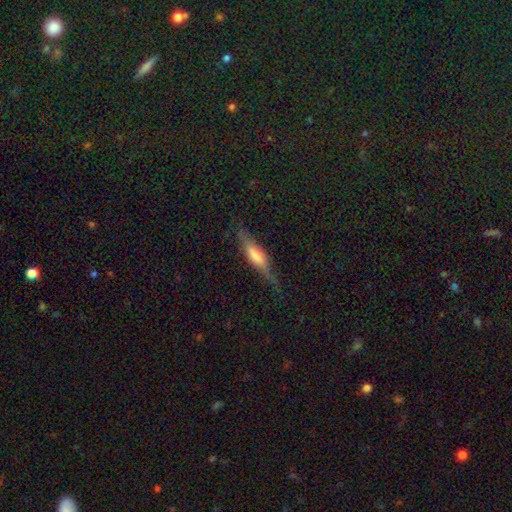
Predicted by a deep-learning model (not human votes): A featured or disk galaxy (47%). Merging: none (70%).